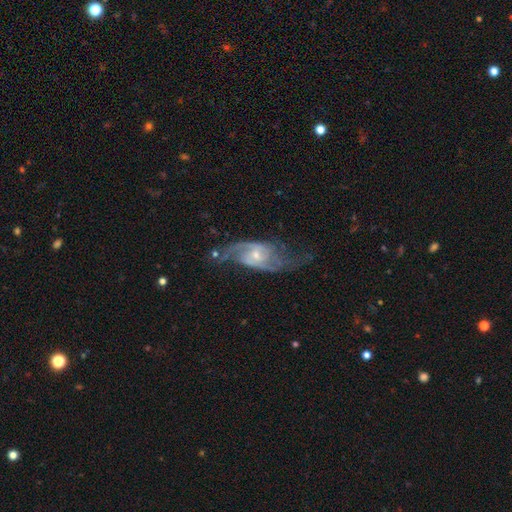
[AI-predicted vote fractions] Q: Smooth or featured?
A: featured or disk (86%); runner-up: smooth (8%)
Q: Edge-on disk?
A: no (94%); runner-up: yes (6%)
Q: Bar?
A: no (48%); runner-up: weak (41%)
Q: Spiral arms?
A: yes (95%); runner-up: no (5%)
Q: Spiral winding?
A: medium (44%); runner-up: loose (40%)
Q: Spiral arm count?
A: 2 (82%); runner-up: can't tell (8%)
Q: Bulge size?
A: small (57%); runner-up: moderate (38%)
Q: Merging?
A: none (58%); runner-up: minor disturbance (20%)